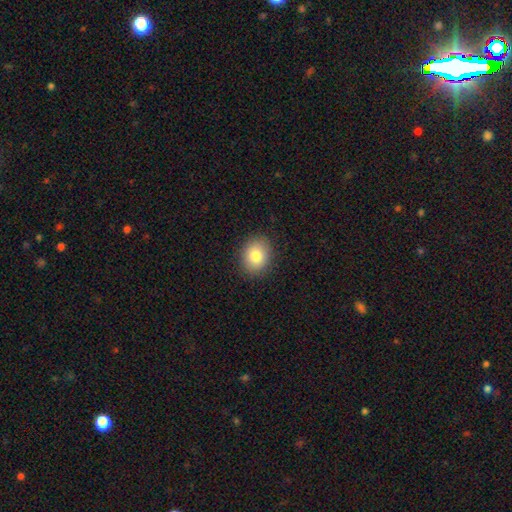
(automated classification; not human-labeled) Overall: smooth (82%). How rounded: round (53%; in between 46%). Merging: none (89%).